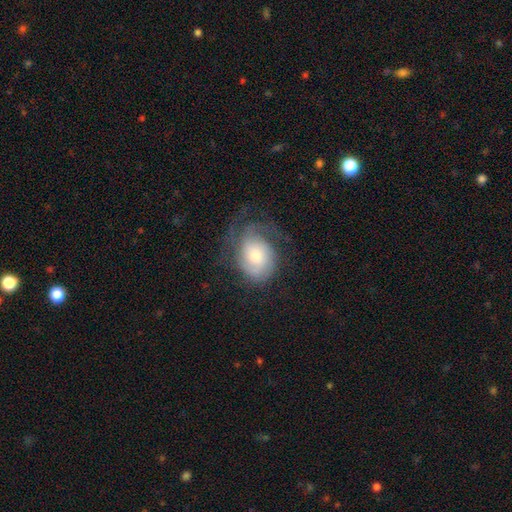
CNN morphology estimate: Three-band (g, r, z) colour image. It shows a featured or disk galaxy (65%) with no bar (72%), tight (44%) spiral arms (90%) and a moderate central bulge (49%). Merging: none (55%).